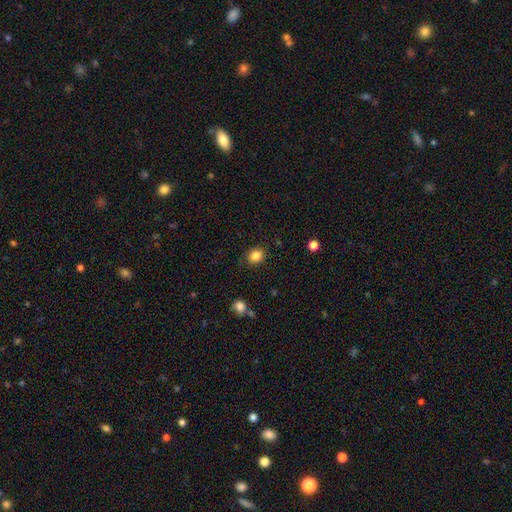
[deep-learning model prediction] Smooth or featured: smooth — 85% (star or artifact — 11%)
How rounded: round — 67% (in between — 33%)
Merging: none — 86% (minor disturbance — 10%)